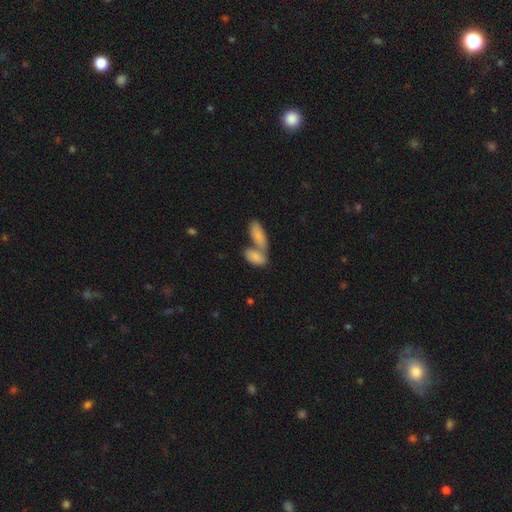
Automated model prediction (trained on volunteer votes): Q: Smooth or featured?
A: smooth (82%); runner-up: featured or disk (12%)
Q: How rounded?
A: in between (88%); runner-up: cigar-shaped (8%)
Q: Merging?
A: merger (57%); runner-up: none (31%)